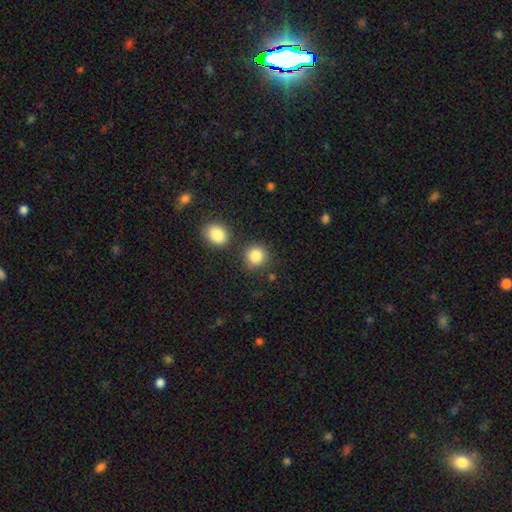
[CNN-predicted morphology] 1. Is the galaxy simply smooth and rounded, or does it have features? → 85% smooth, 10% star or artifact, 5% featured or disk.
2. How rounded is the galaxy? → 87% round, 12% in between, 1% cigar-shaped.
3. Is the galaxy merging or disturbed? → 79% none, 9% merger, 9% minor disturbance, 3% major disturbance.